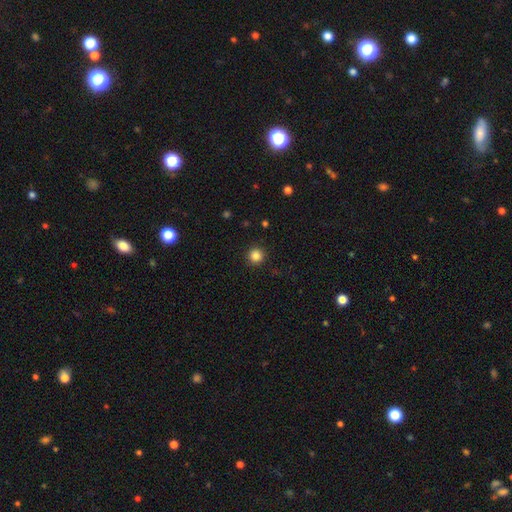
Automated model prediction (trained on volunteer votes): Overall: smooth (85%). How rounded: round (95%). Merging: none (92%).